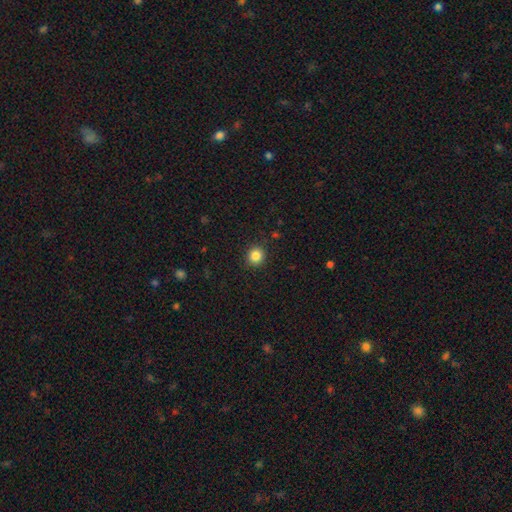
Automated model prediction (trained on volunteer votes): This is clearly a smooth galaxy (85%). How rounded: clearly round (90%). Merging: clearly none (91%).